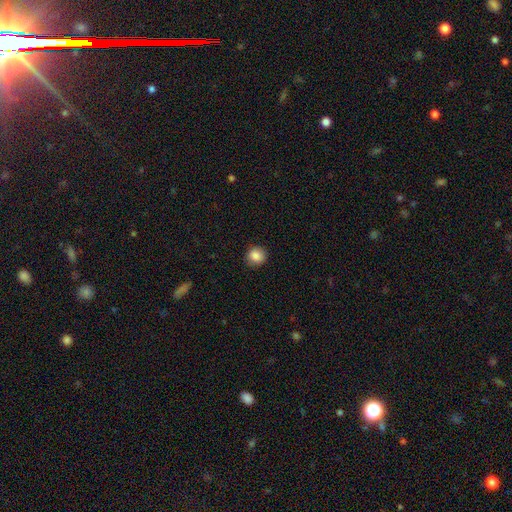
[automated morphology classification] smooth_or_featured: smooth (p=0.87) [alt: star or artifact p=0.09]
how_rounded: round (p=0.89) [alt: in between p=0.10]
merging: none (p=0.89) [alt: minor disturbance p=0.08]